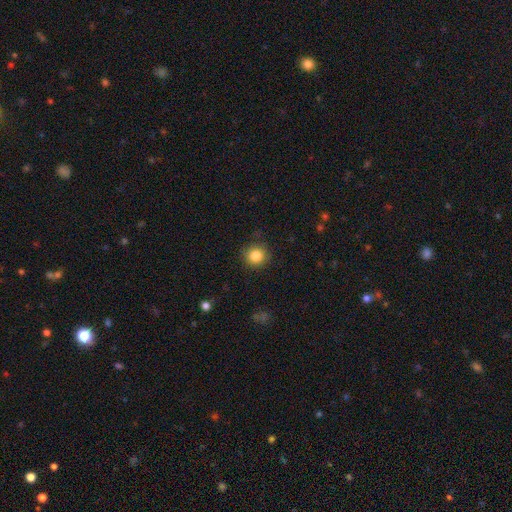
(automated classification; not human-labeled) Morphology: type=smooth (84%); roundness=round (93%); merging=none (86%).